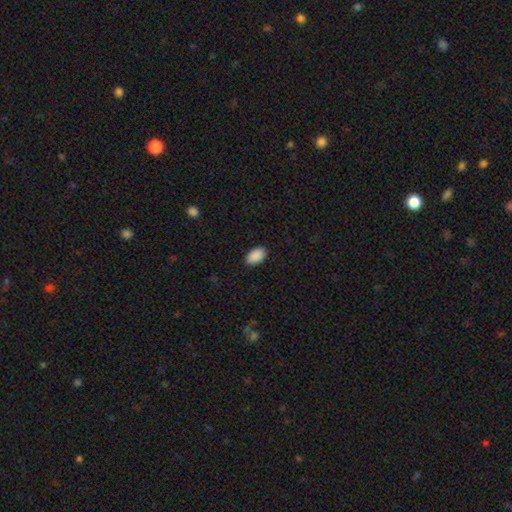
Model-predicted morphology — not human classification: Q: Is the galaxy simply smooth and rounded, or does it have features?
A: smooth — 91%.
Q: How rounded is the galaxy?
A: in between — 94%.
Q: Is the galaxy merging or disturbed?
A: none — 90%.